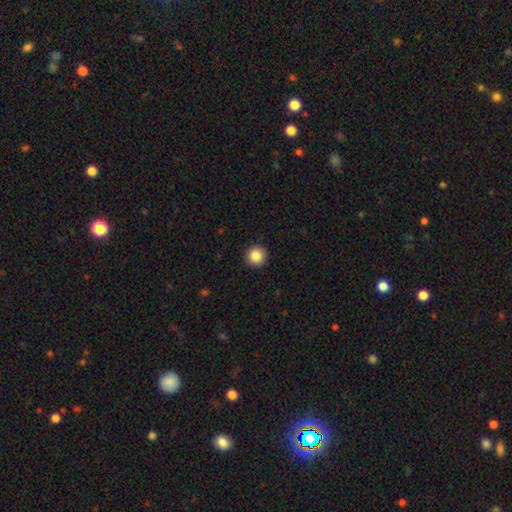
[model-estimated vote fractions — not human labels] smooth-or-featured: smooth: 86% | star or artifact: 9% | featured or disk: 5%
  how-rounded: round: 96% | in between: 3% | cigar-shaped: 1%
  merging: none: 93% | minor disturbance: 5% | major disturbance: 2% | merger: 1%